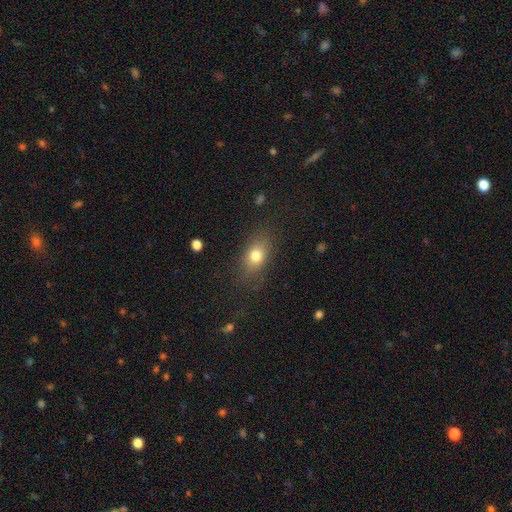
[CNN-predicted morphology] A smooth galaxy with no disk features (77%) that is in between round and cigar-shaped (75%). Merging: none (80%).